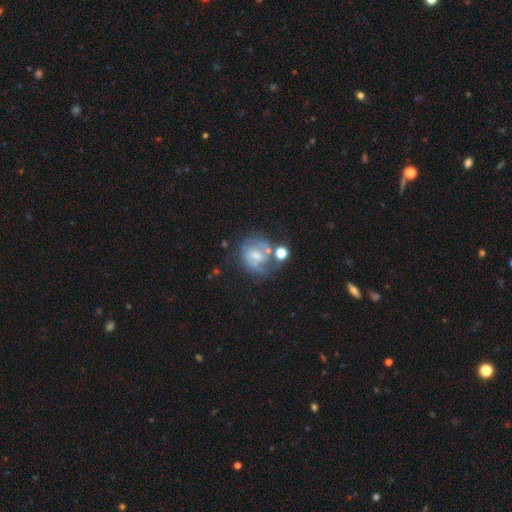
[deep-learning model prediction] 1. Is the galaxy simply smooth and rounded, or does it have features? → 68% featured or disk, 23% smooth, 9% star or artifact.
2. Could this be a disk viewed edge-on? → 97% no, 3% yes.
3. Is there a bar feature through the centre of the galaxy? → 52% weak, 31% no, 17% strong.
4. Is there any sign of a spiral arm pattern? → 83% yes, 17% no.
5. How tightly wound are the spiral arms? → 43% medium, 41% tight, 16% loose.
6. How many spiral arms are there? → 61% 2, 23% can't tell, 7% 3, 6% 1, 2% 4, 2% more than 4.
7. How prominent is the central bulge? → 42% small, 36% moderate, 15% none, 5% large, 1% dominant.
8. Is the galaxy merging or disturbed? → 50% none, 20% minor disturbance, 15% merger, 15% major disturbance.